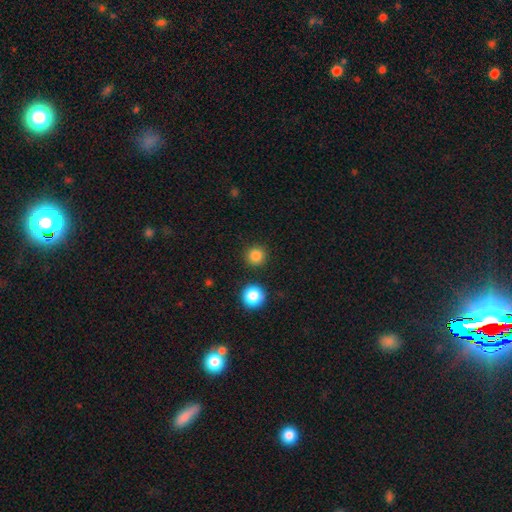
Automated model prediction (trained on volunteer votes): Smooth or featured: smooth — 84% (star or artifact — 12%)
How rounded: round — 94% (in between — 5%)
Merging: none — 89% (minor disturbance — 6%)